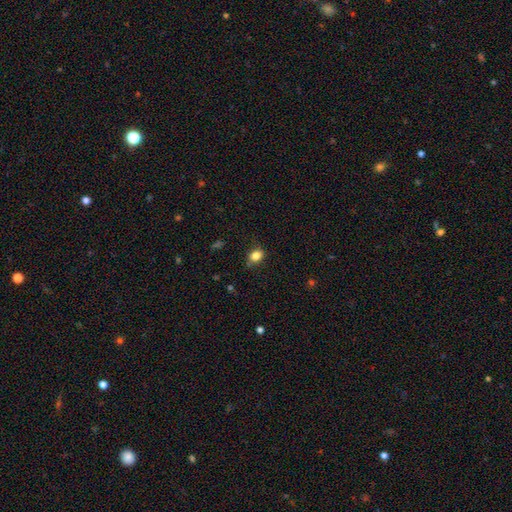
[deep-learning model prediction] smooth 83%, star or artifact 11%, featured or disk 6%. Down the decision tree: how rounded — in between (57%); merging — none (79%).